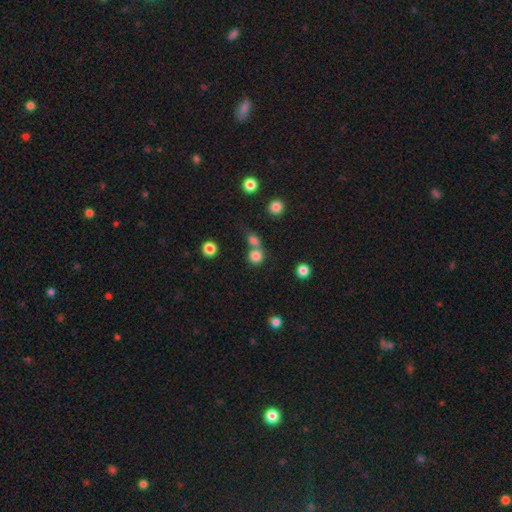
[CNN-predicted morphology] This is clearly a smooth galaxy (80%). How rounded: clearly round (87%). Merging: possibly none (52%).